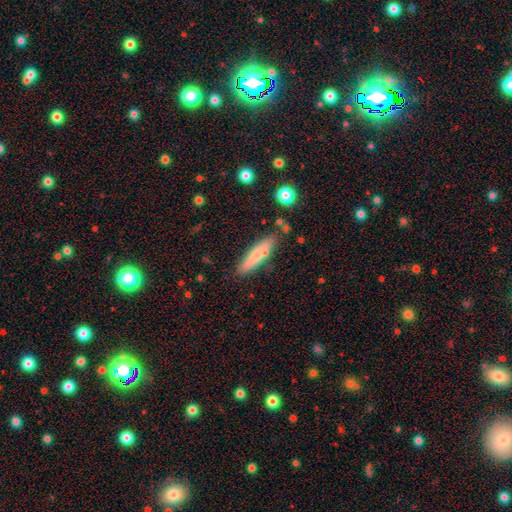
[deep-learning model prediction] This appears to be a smooth galaxy with no disk features (69%) that is cigar-shaped (78%). Merging: none (79%).